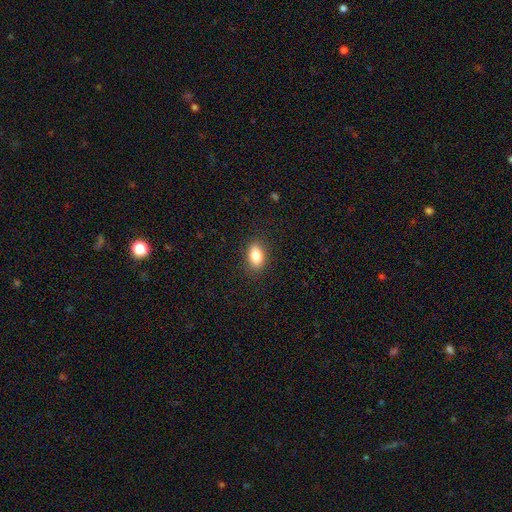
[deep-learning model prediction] smooth 84%, featured or disk 8%, star or artifact 8%. Down the decision tree: how rounded — in between (87%); merging — none (87%).